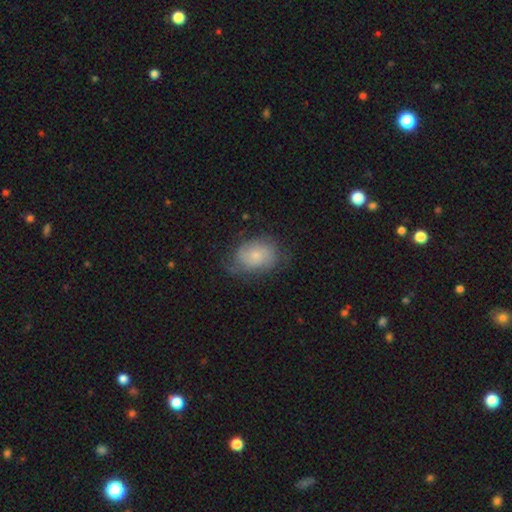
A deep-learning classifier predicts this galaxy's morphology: This is possibly a smooth galaxy (49%). Merging: possibly none (59%).